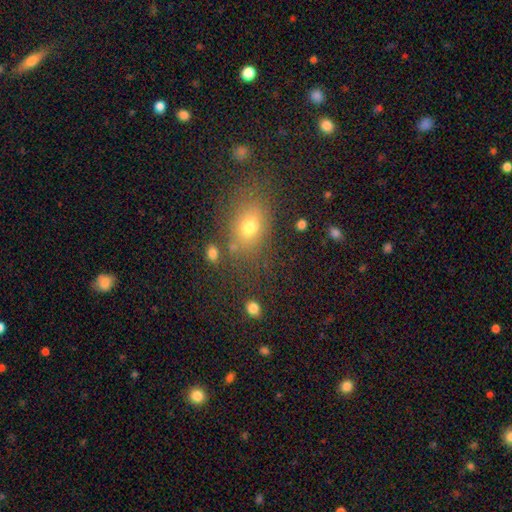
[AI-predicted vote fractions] Morphology: type=smooth (61%); roundness=in between (59%); merging=none (81%).